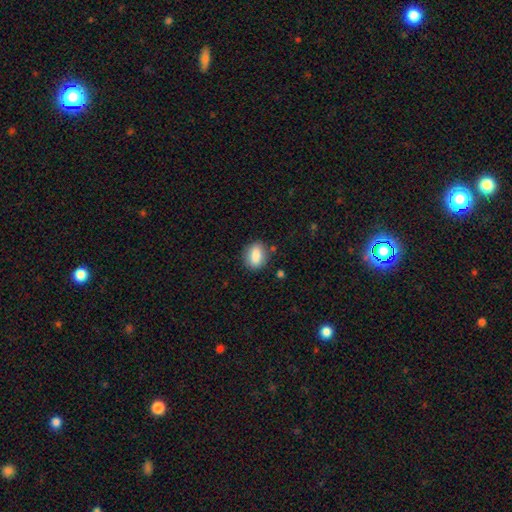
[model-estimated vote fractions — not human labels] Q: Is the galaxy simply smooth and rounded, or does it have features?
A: smooth — 86%.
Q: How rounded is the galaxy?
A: in between — 71%.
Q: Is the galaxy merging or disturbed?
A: none — 82%.